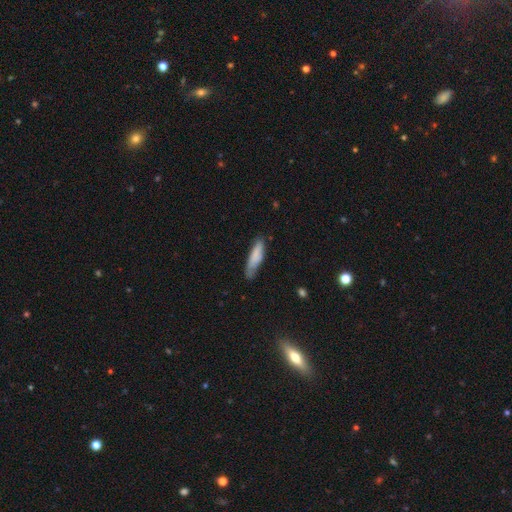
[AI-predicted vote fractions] Smooth or featured? Predicted: smooth (p=0.78). How rounded? Predicted: cigar-shaped (p=0.70). Merging? Predicted: none (p=0.59).